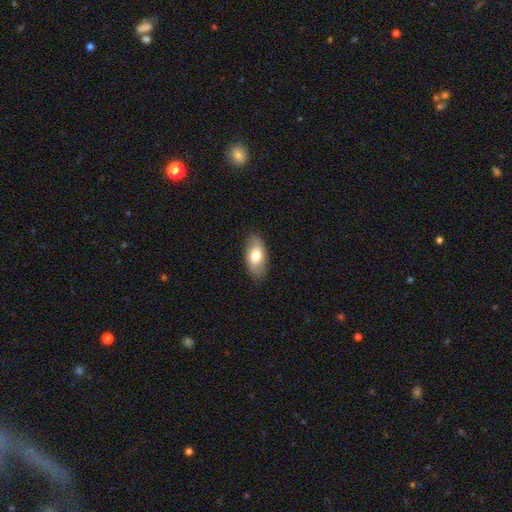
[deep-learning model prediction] This is likely a smooth galaxy (69%). How rounded: clearly in between (91%). Merging: clearly none (85%).